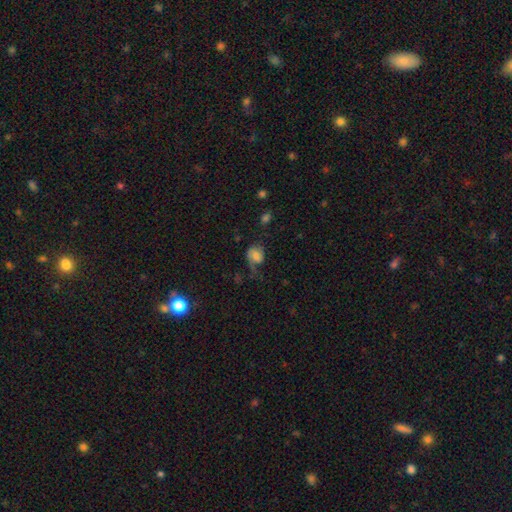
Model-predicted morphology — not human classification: Q: Smooth or featured?
A: smooth (47%); runner-up: featured or disk (43%)
Q: Merging?
A: none (38%); runner-up: major disturbance (33%)